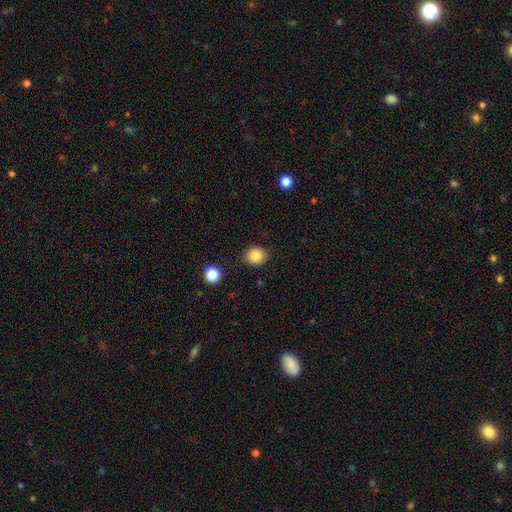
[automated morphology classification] smooth-or-featured: smooth: 85% | star or artifact: 10% | featured or disk: 5%
  how-rounded: round: 80% | in between: 19% | cigar-shaped: 1%
  merging: none: 87% | minor disturbance: 9% | major disturbance: 2% | merger: 2%